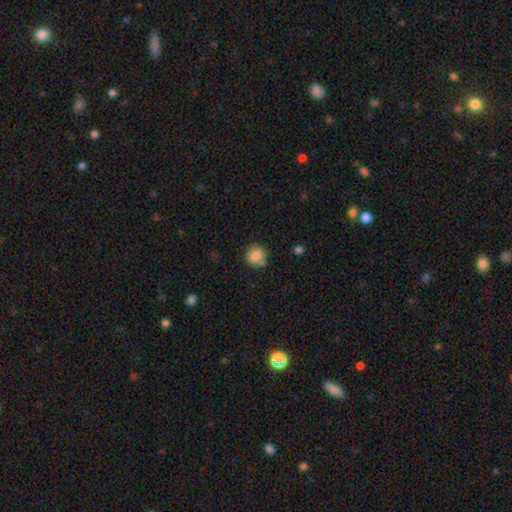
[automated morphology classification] smooth-or-featured: smooth: 82% | star or artifact: 9% | featured or disk: 9%
  how-rounded: round: 90% | in between: 9% | cigar-shaped: 1%
  merging: none: 76% | minor disturbance: 13% | merger: 8% | major disturbance: 3%